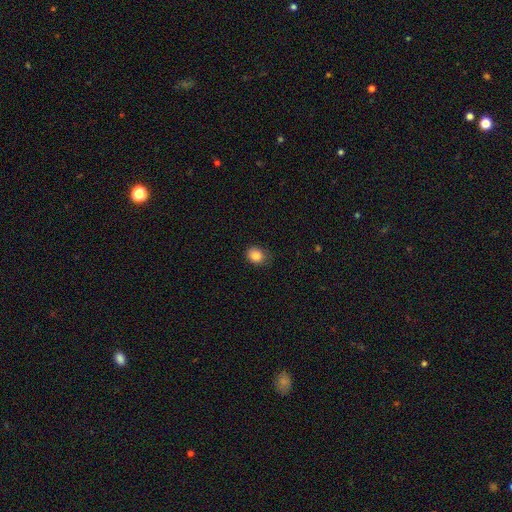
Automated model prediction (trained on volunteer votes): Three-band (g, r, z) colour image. It shows a smooth galaxy with no disk features (86%) that is round (55%). Merging: none (78%).